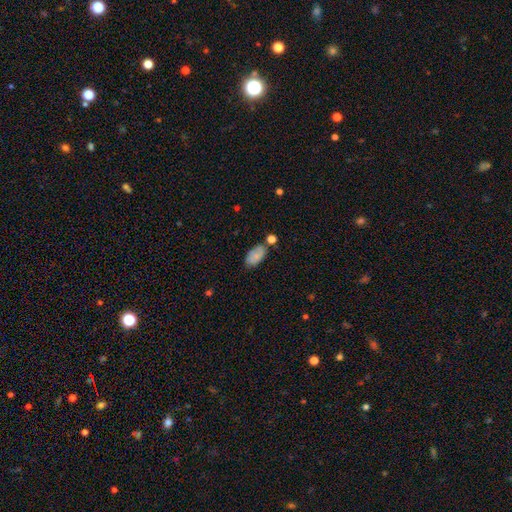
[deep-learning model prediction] A smooth galaxy with no disk features (77%) that is in between round and cigar-shaped (93%). Merging: none (65%).